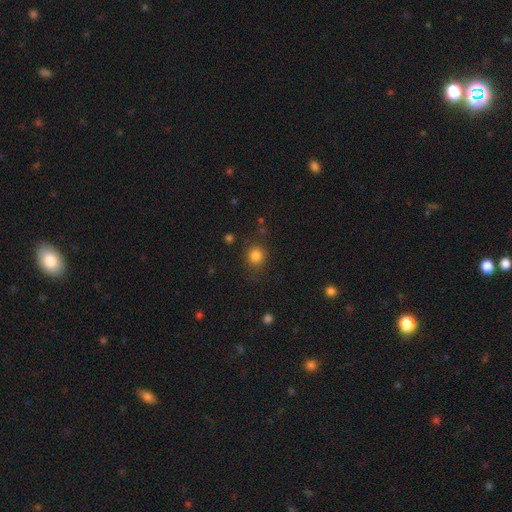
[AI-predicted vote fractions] This appears to be a smooth galaxy with no disk features (83%) that is round (86%). Merging: none (82%).